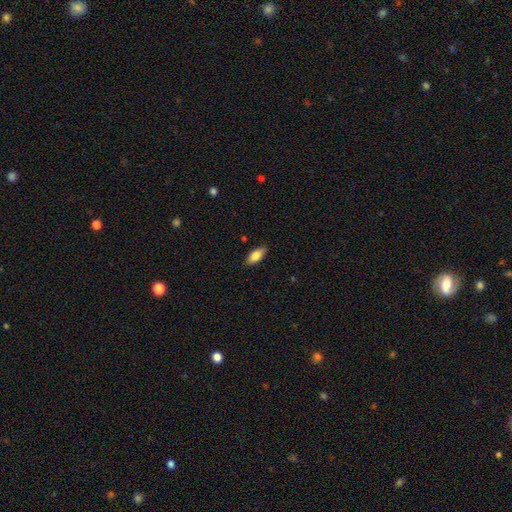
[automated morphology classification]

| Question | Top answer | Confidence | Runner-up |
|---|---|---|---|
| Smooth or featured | smooth | 81% | featured or disk (13%) |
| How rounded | in between | 87% | cigar-shaped (10%) |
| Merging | none | 87% | minor disturbance (10%) |